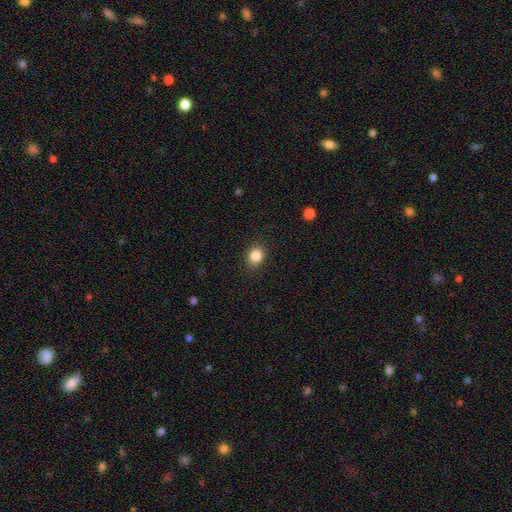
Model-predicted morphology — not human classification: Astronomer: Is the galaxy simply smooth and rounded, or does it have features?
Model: smooth — 85%.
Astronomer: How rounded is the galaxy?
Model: round — 64%.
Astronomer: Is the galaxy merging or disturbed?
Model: none — 87%.